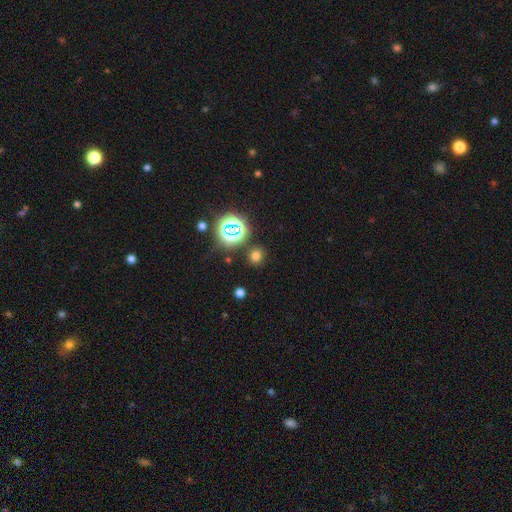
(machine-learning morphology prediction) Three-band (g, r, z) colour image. It shows a smooth galaxy with no disk features (66%) that is round (78%). Merging: none (85%).